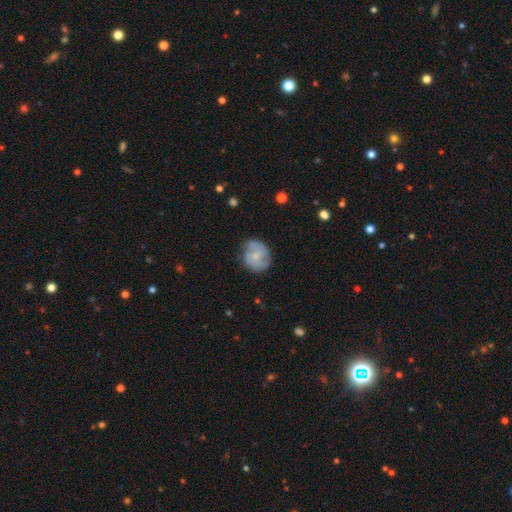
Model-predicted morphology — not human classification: type=featured or disk (51%); edge-on=no (98%); merging=none (65%).